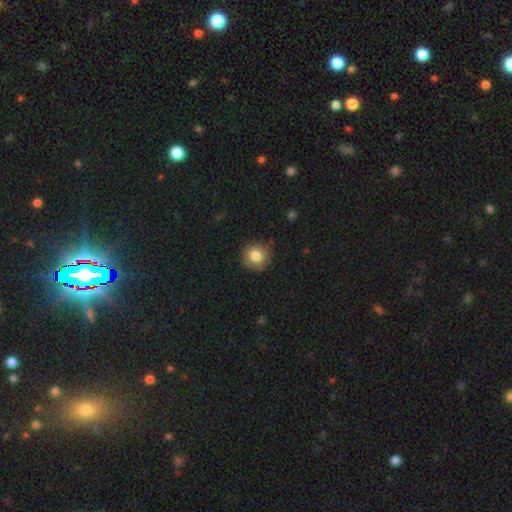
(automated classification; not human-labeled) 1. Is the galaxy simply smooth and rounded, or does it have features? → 82% smooth, 9% star or artifact, 9% featured or disk.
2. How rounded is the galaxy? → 92% round, 7% in between, 1% cigar-shaped.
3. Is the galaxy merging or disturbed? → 85% none, 11% minor disturbance, 2% major disturbance, 1% merger.